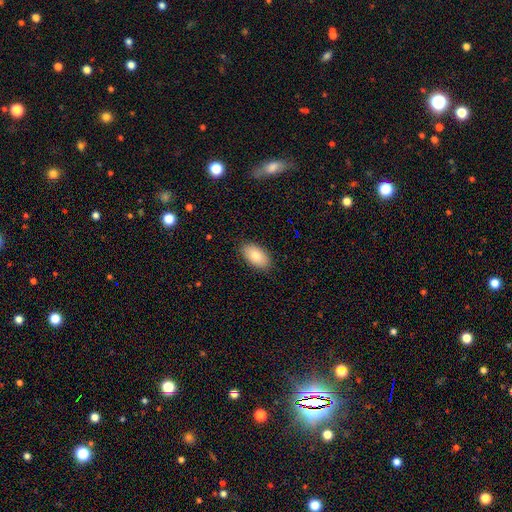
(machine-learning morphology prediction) Smooth or featured: smooth — 84% (featured or disk — 9%)
How rounded: in between — 95% (round — 3%)
Merging: none — 87% (minor disturbance — 10%)